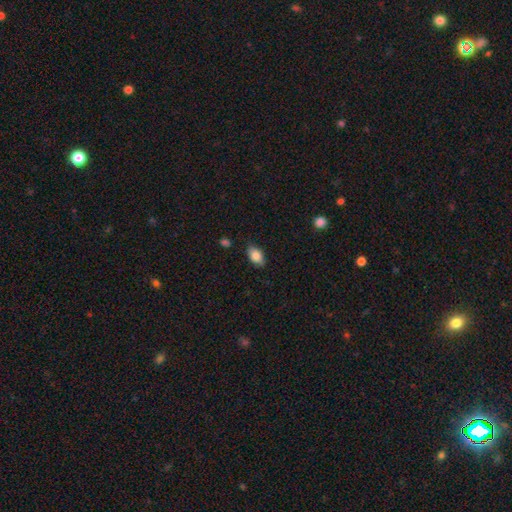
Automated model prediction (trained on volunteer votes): This appears to be a smooth galaxy with no disk features (85%) that is in between round and cigar-shaped (91%). Merging: none (82%).